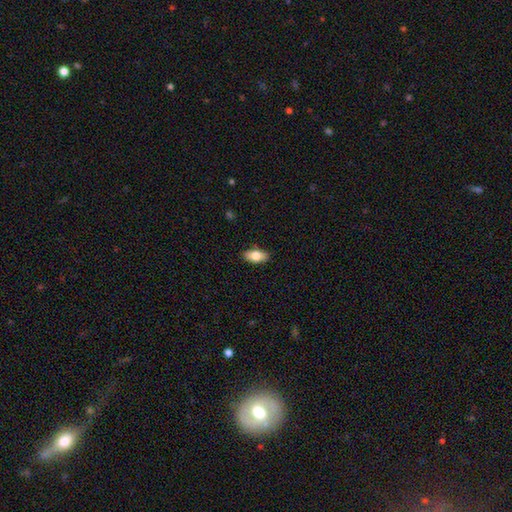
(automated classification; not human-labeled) Overall: smooth (79%). How rounded: in between (91%). Merging: none (86%).